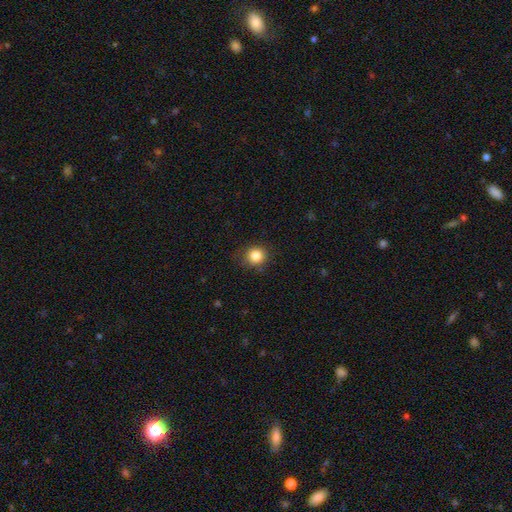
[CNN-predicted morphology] A smooth galaxy with no disk features (84%) that is round (88%). Merging: none (83%).